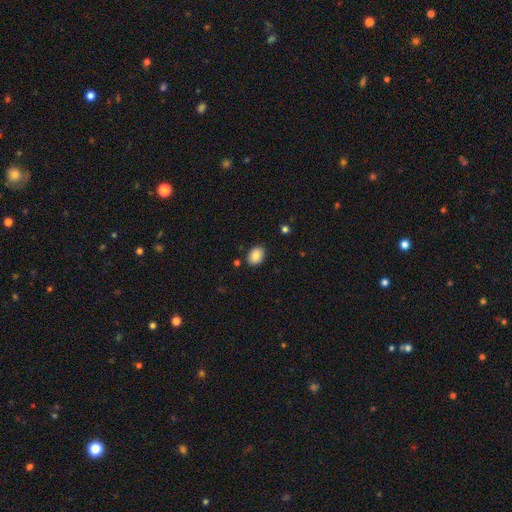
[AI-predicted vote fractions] smooth-or-featured: smooth: 87% | star or artifact: 8% | featured or disk: 5%
  how-rounded: in between: 74% | round: 25% | cigar-shaped: 1%
  merging: none: 85% | minor disturbance: 10% | merger: 2% | major disturbance: 2%